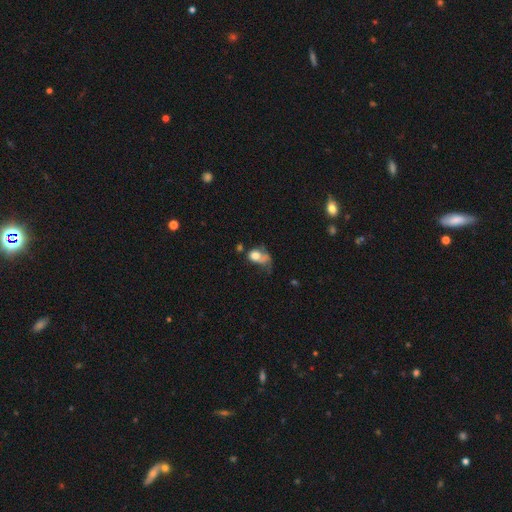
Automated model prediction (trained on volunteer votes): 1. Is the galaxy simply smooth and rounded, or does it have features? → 66% smooth, 23% featured or disk, 11% star or artifact.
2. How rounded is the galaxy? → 62% in between, 36% round, 2% cigar-shaped.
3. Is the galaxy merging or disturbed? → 49% major disturbance, 21% minor disturbance, 18% none, 12% merger.